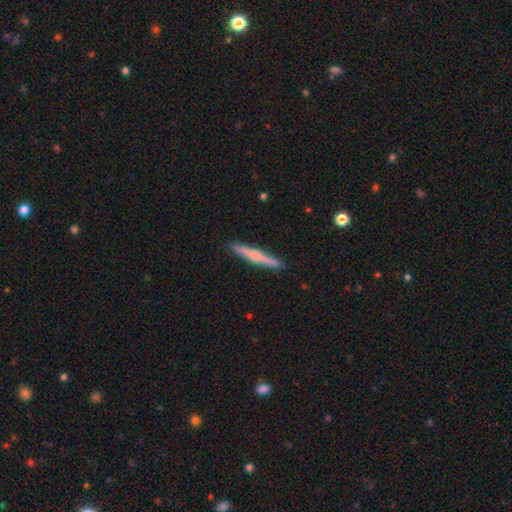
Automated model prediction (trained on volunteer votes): Q: Smooth or featured?
A: featured or disk (61%); runner-up: smooth (34%)
Q: Edge-on disk?
A: yes (98%); runner-up: no (2%)
Q: Edge-on bulge?
A: rounded (81%); runner-up: none (13%)
Q: Merging?
A: none (91%); runner-up: minor disturbance (6%)